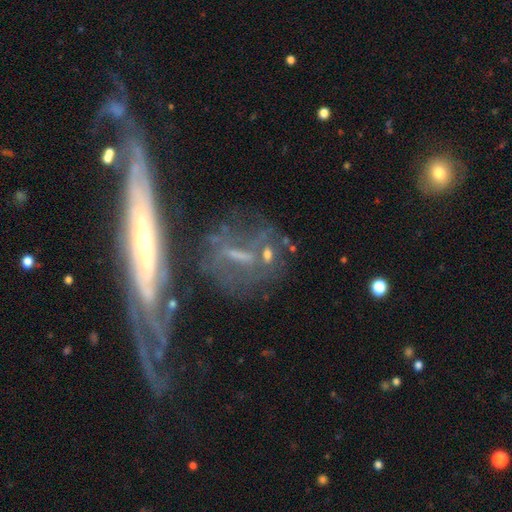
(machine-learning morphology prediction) A featured or disk galaxy (66%). Merging: none (57%).